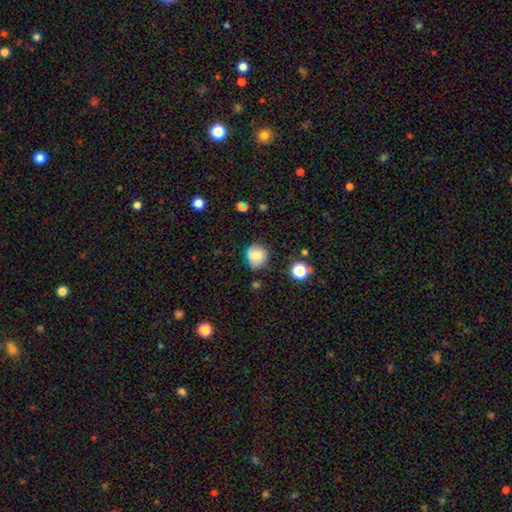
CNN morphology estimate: Overall: smooth (76%). How rounded: round (86%). Merging: none (72%).